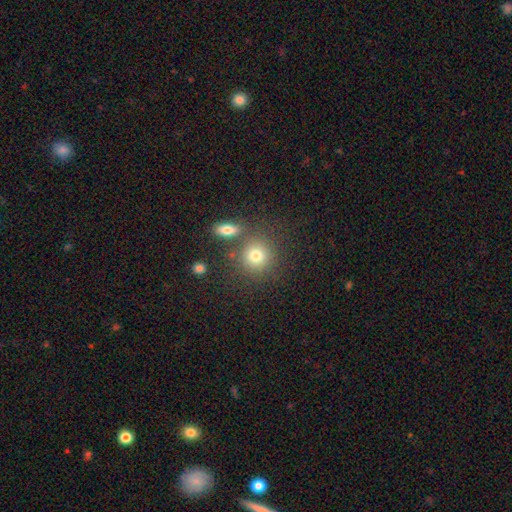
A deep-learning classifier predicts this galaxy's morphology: A smooth galaxy with no disk features (78%) that is round (86%).

Vote fractions:
- Smooth or featured? smooth: 78% / star or artifact: 12% / featured or disk: 10%
- How rounded? round: 86% / in between: 13% / cigar-shaped: 1%
- Merging? none: 73% / merger: 14% / minor disturbance: 9% / major disturbance: 4%